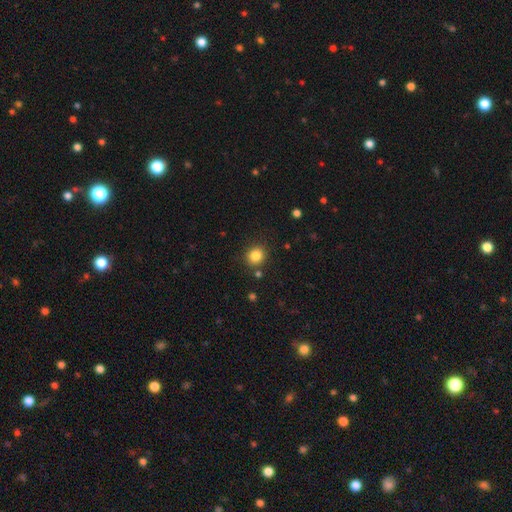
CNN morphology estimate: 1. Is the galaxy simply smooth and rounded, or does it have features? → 84% smooth, 11% star or artifact, 5% featured or disk.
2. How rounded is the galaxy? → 82% round, 17% in between, 1% cigar-shaped.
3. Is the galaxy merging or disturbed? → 85% none, 8% minor disturbance, 4% merger, 3% major disturbance.